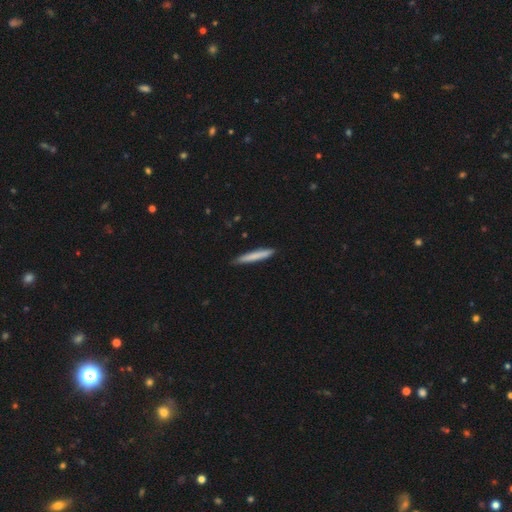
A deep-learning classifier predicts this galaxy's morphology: smooth 78%, featured or disk 16%, star or artifact 6%. Down the decision tree: how rounded — cigar-shaped (96%); merging — none (87%).